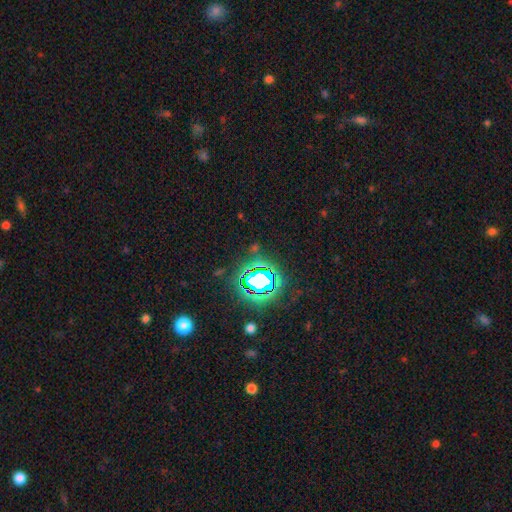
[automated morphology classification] Q: Smooth or featured?
A: star or artifact (77%); runner-up: smooth (14%)